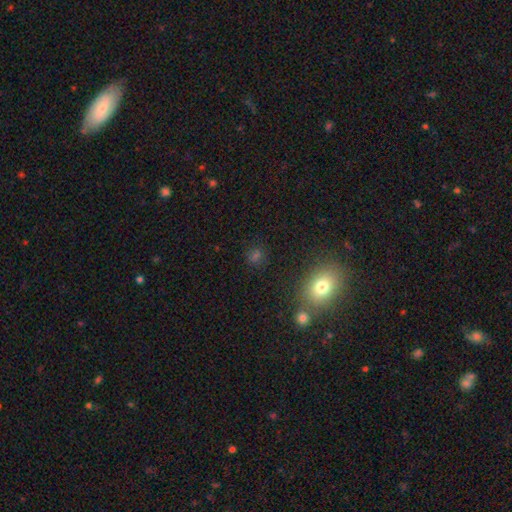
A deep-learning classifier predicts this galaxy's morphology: type=smooth (63%); roundness=round (73%); merging=none (79%).